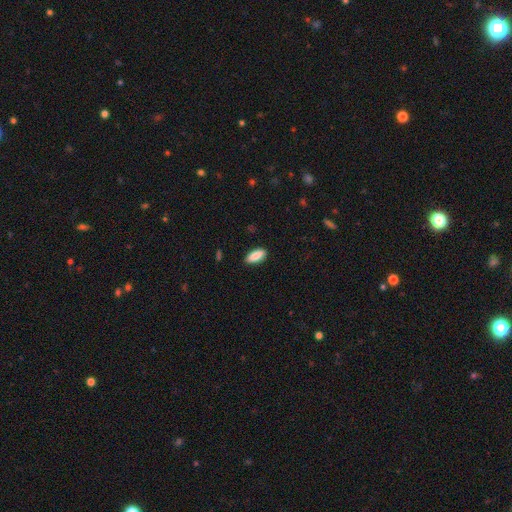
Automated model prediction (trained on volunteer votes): This appears to be a smooth galaxy with no disk features (88%) that is in between round and cigar-shaped (79%). Merging: none (87%).